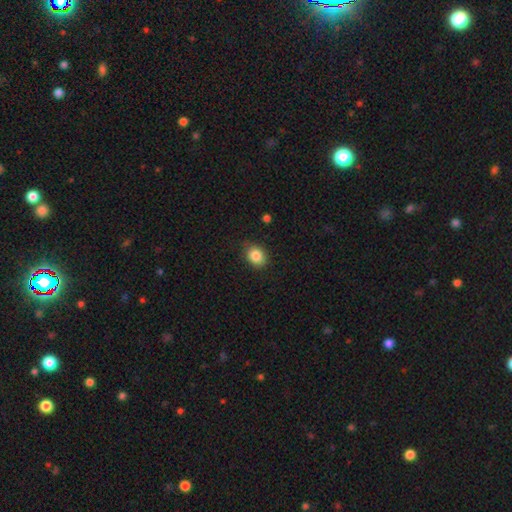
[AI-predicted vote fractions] A smooth galaxy with no disk features (85%) that is round (53%).

Vote fractions:
- Smooth or featured? smooth: 85% / star or artifact: 9% / featured or disk: 5%
- How rounded? round: 53% / in between: 46% / cigar-shaped: 1%
- Merging? none: 81% / minor disturbance: 15% / major disturbance: 3% / merger: 1%